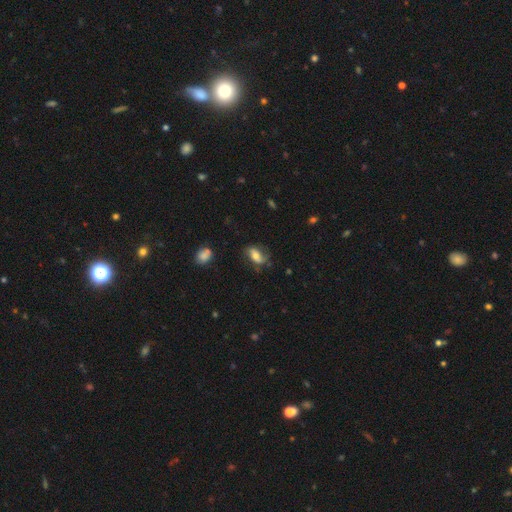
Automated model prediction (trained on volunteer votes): A smooth galaxy with no disk features (60%) that is in between round and cigar-shaped (85%). Merging: none (62%).